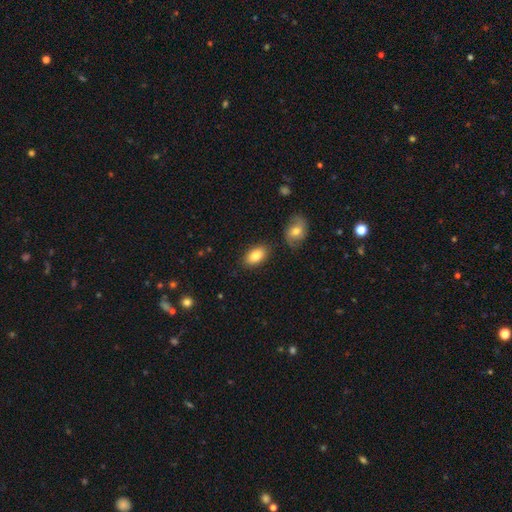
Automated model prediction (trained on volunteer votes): smooth-or-featured: smooth: 84% | featured or disk: 10% | star or artifact: 7%
  how-rounded: in between: 93% | round: 6% | cigar-shaped: 2%
  merging: none: 82% | minor disturbance: 11% | merger: 4% | major disturbance: 2%